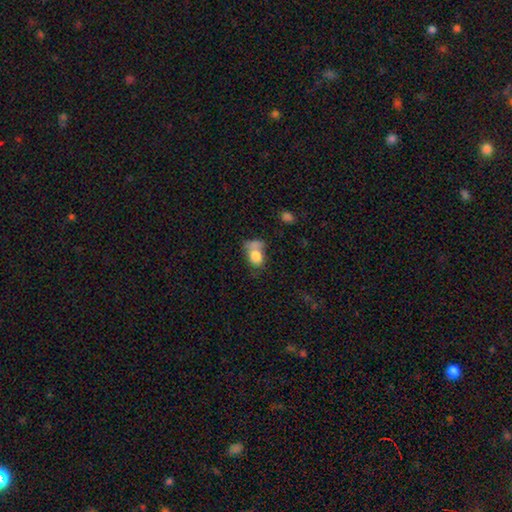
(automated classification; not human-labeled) This is likely a smooth galaxy (76%). How rounded: likely in between (63%). Merging: marginally merger (34%).